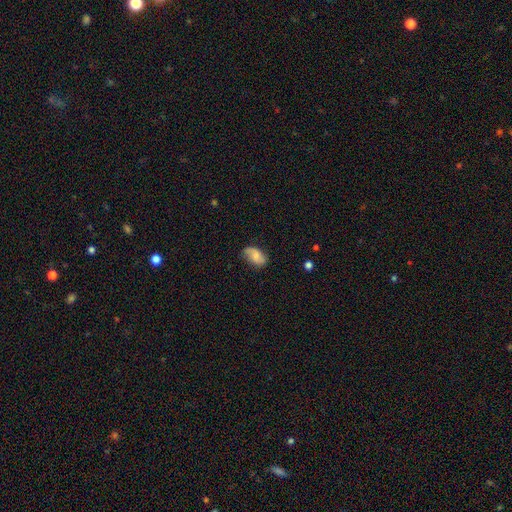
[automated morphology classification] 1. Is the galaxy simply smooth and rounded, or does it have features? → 58% smooth, 34% featured or disk, 8% star or artifact.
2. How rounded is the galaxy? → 91% in between, 7% round, 2% cigar-shaped.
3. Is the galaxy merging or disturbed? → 69% none, 24% minor disturbance, 5% major disturbance, 1% merger.